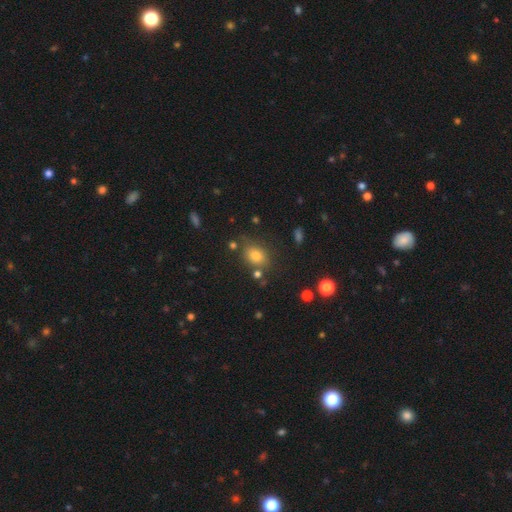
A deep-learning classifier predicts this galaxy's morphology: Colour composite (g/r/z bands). It shows a smooth galaxy with no disk features (76%) that is in between round and cigar-shaped (57%). Merging: none (74%).